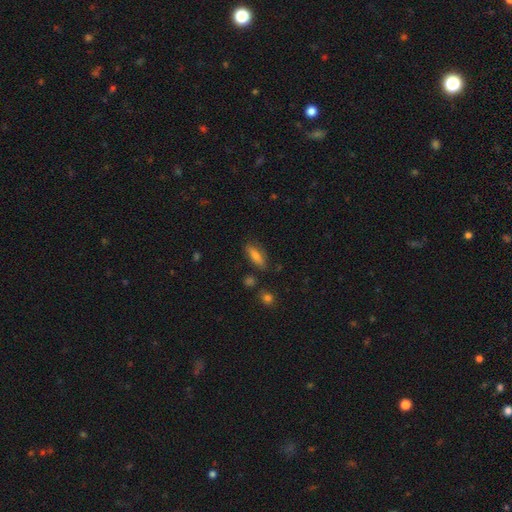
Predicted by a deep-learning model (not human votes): Q: Smooth or featured?
A: smooth (72%); runner-up: featured or disk (20%)
Q: How rounded?
A: in between (59%); runner-up: cigar-shaped (38%)
Q: Merging?
A: none (78%); runner-up: minor disturbance (15%)